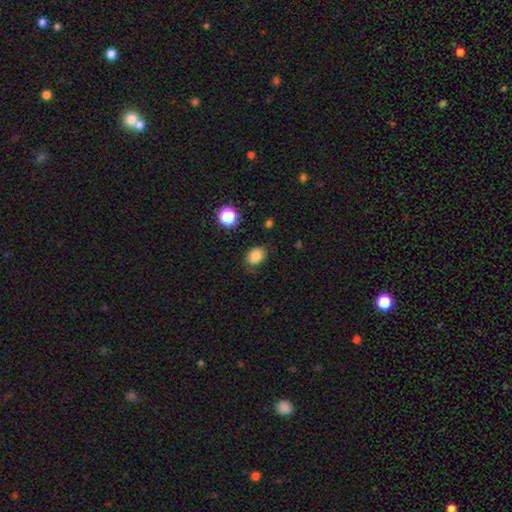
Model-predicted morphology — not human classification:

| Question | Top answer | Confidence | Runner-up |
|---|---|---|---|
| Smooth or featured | smooth | 83% | star or artifact (11%) |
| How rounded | in between | 67% | round (32%) |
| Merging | none | 77% | minor disturbance (17%) |